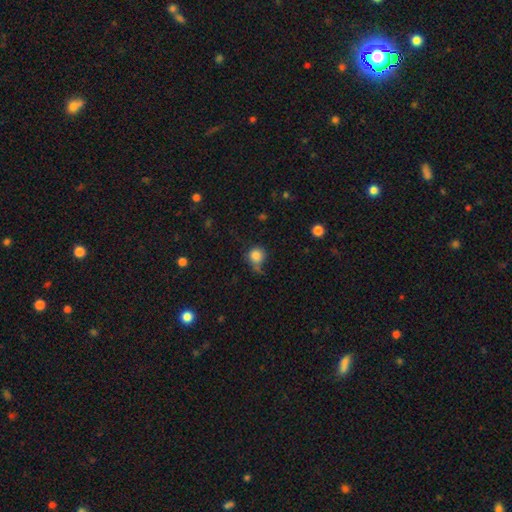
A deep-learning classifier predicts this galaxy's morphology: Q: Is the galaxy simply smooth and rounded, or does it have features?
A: smooth — 83%.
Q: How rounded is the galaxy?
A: round — 88%.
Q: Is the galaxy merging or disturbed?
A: none — 54%.